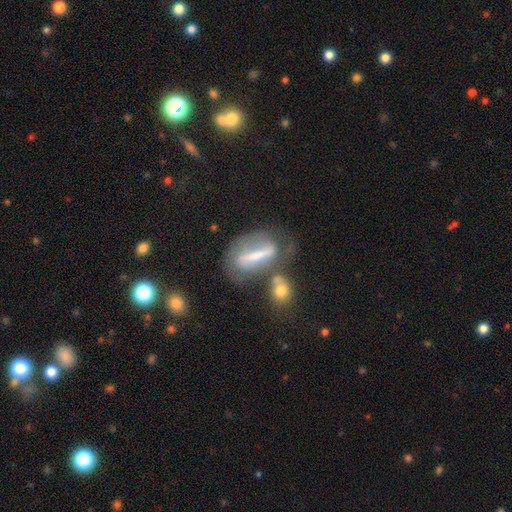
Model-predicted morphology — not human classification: smooth-or-featured: featured or disk: 59% | smooth: 31% | star or artifact: 10%
  disk-edge-on: no: 78% | yes: 22%
  merging: none: 44% | minor disturbance: 21% | major disturbance: 20% | merger: 16%